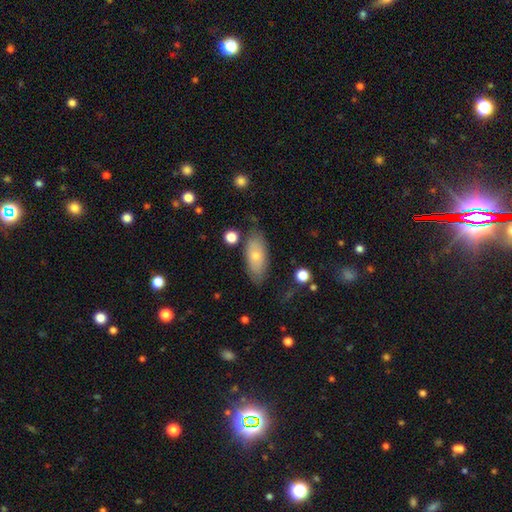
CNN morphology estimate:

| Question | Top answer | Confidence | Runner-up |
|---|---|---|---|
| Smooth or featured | smooth | 66% | featured or disk (28%) |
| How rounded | in between | 83% | cigar-shaped (14%) |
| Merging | none | 74% | minor disturbance (18%) |